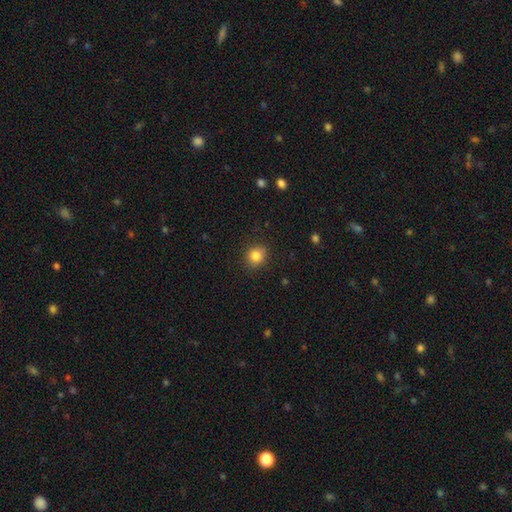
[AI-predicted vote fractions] smooth 84%, star or artifact 10%, featured or disk 6%. Down the decision tree: how rounded — round (77%); merging — none (87%).